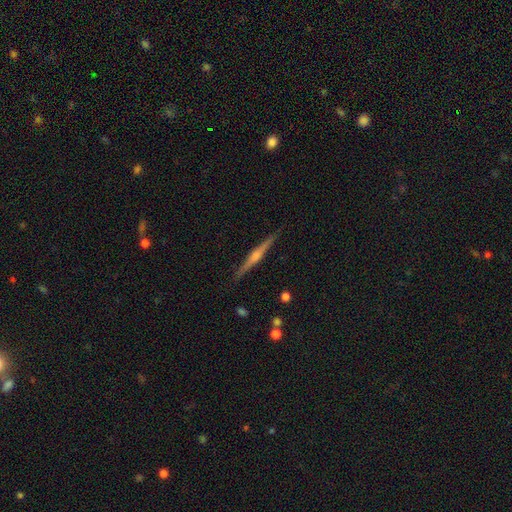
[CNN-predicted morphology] Smooth or featured? featured or disk (78%)
Edge-on disk? yes (98%)
Edge-on bulge? rounded (81%)
Merging? none (91%)